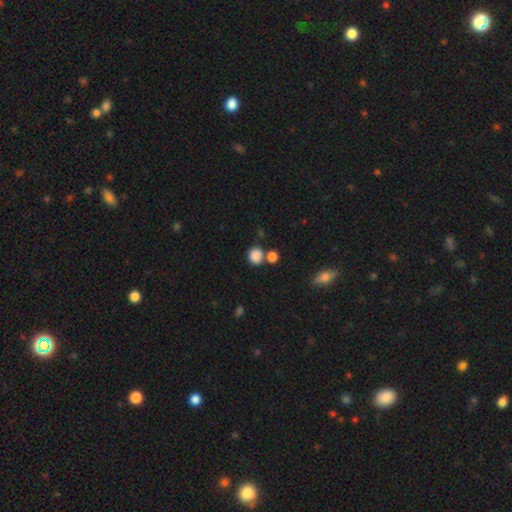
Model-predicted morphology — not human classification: This appears to be a smooth galaxy with no disk features (85%) that is round (75%). Merging: none (60%).